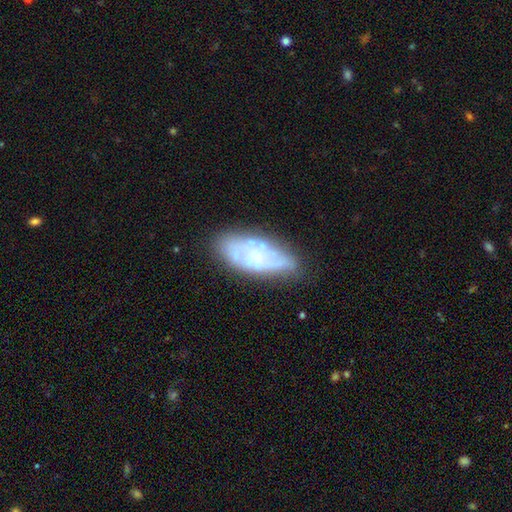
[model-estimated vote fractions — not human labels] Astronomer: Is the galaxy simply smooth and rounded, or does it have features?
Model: featured or disk — 59%.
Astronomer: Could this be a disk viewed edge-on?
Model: no — 89%.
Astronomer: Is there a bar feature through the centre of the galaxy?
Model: no — 81%.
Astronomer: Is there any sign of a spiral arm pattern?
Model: no — 55% (runner-up: yes, 45%).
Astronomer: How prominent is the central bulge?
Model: small — 59%.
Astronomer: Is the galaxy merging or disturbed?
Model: none — 64%.